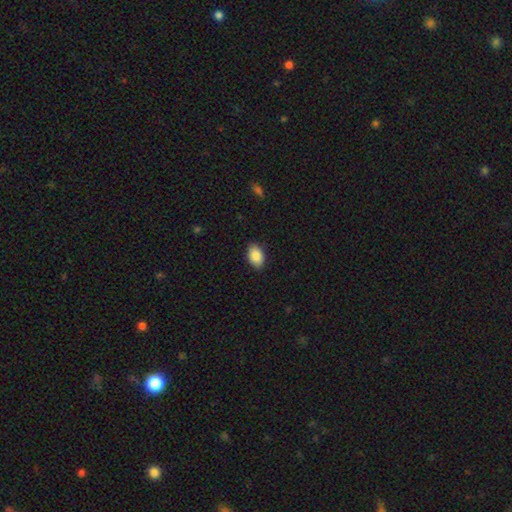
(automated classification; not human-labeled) smooth-or-featured: smooth: 89% | star or artifact: 7% | featured or disk: 5%
  how-rounded: in between: 89% | round: 9% | cigar-shaped: 1%
  merging: none: 87% | minor disturbance: 10% | major disturbance: 2% | merger: 1%